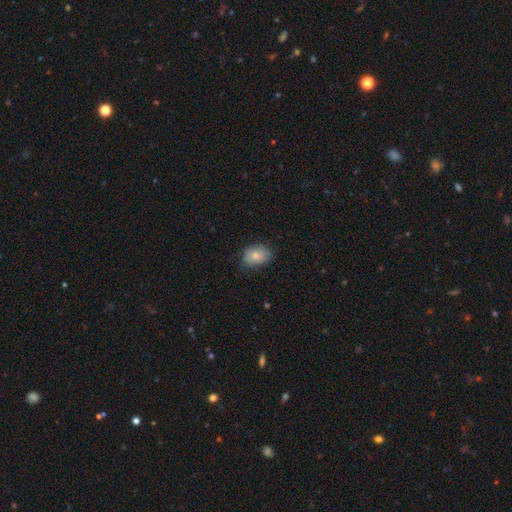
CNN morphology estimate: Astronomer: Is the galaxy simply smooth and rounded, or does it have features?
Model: smooth — 78%.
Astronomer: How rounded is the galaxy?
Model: in between — 73%.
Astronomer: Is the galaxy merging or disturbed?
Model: none — 69%.